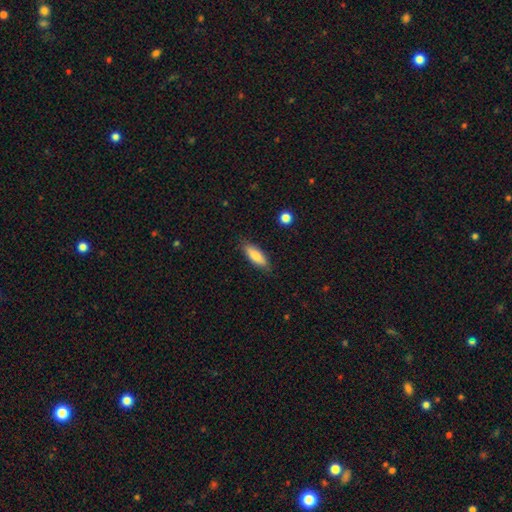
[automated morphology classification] A smooth galaxy with no disk features (79%) that is in between round and cigar-shaped (62%). Merging: none (85%).